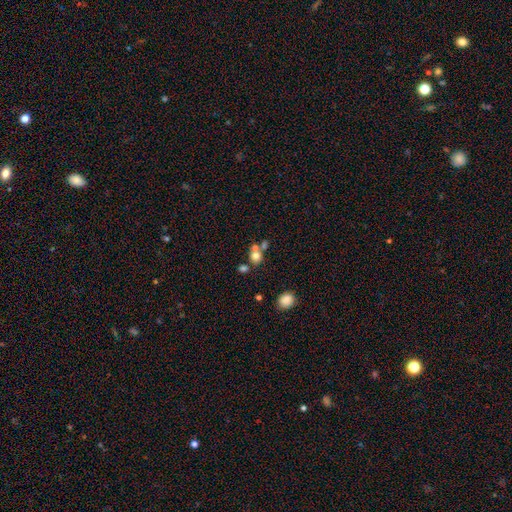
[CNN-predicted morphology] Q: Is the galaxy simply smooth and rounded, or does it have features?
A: smooth — 73%.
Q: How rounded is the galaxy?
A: round — 76%.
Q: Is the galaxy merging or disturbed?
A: none — 45%.